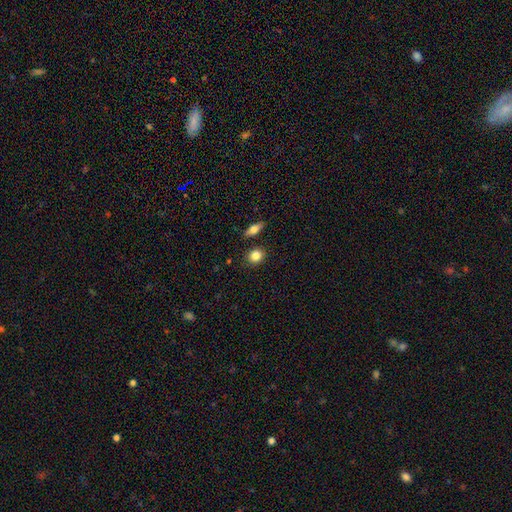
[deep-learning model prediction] Morphology: type=smooth (84%); roundness=round (65%); merging=none (83%).